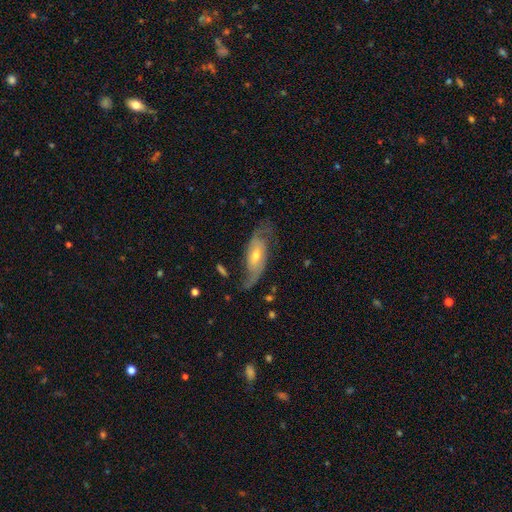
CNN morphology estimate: type=featured or disk (80%); edge-on=no (90%); bar=no (52%); spiral arms=yes (93%); winding=loose (47%); arm count=2 (87%); bulge=moderate (50%); merging=none (67%).